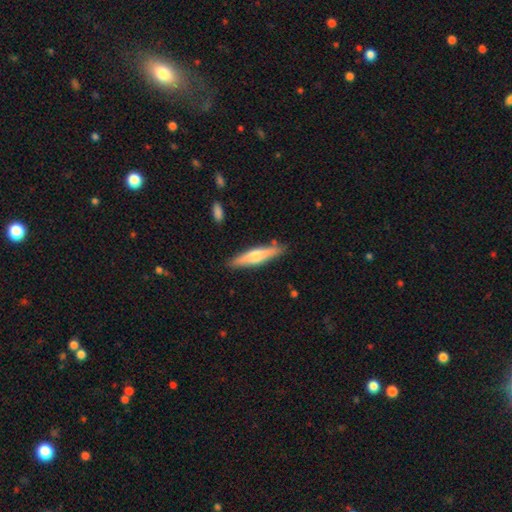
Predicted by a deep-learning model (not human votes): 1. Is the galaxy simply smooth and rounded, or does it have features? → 49% smooth, 46% featured or disk, 5% star or artifact.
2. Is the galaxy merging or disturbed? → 87% none, 9% minor disturbance, 2% merger, 2% major disturbance.